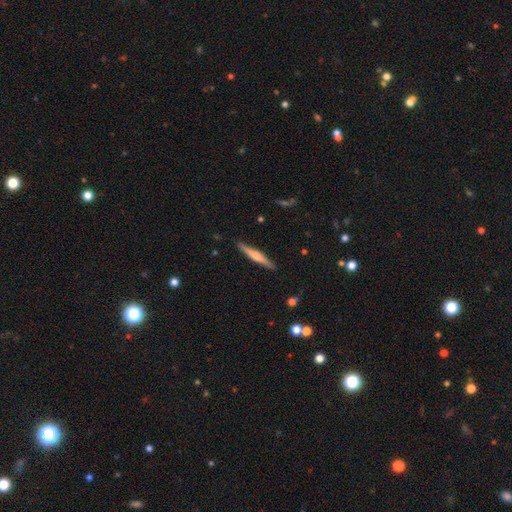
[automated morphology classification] The model was most divided on "smooth or featured": featured or disk: 54%, smooth: 41%, star or artifact: 5%. More confident: edge-on disk — yes (97%); merging — none (90%); edge-on bulge — rounded (70%).